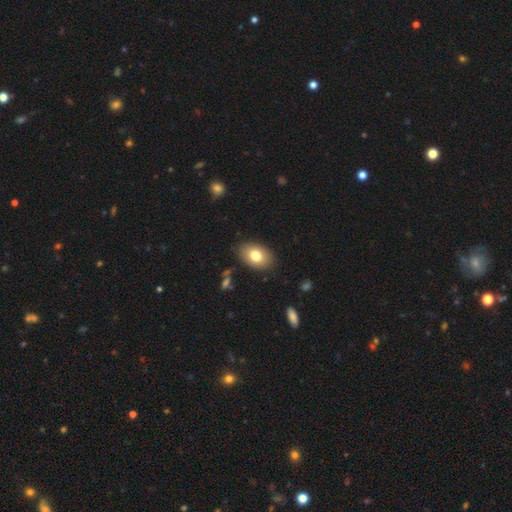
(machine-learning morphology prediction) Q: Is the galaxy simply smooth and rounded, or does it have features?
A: smooth — 78%.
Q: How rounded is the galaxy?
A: in between — 84%.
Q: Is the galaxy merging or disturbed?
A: none — 86%.